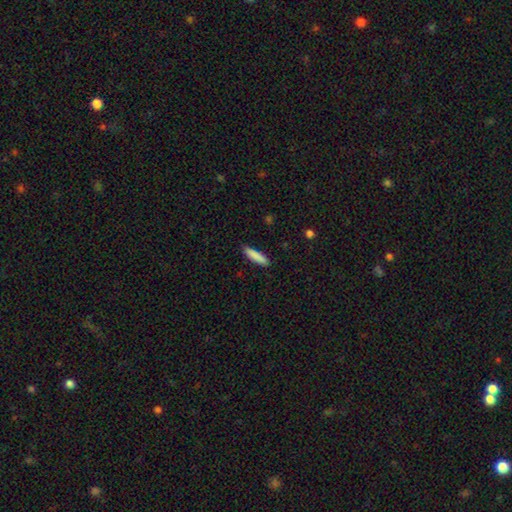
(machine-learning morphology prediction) Smooth or featured? smooth (87%)
How rounded? cigar-shaped (79%)
Merging? none (87%)